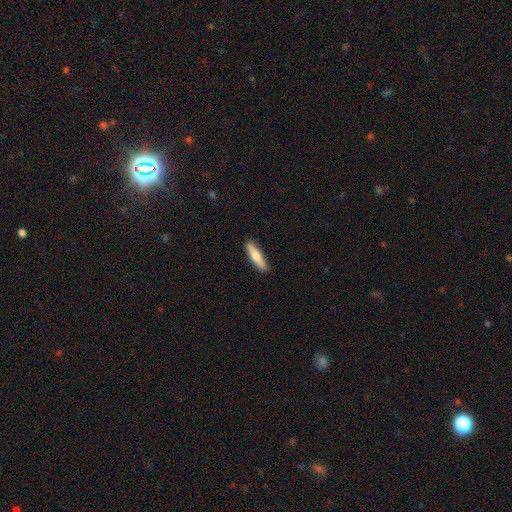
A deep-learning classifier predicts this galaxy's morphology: The model was most divided on "smooth or featured": smooth: 62%, featured or disk: 33%, star or artifact: 5%. More confident: merging — none (89%); how rounded — cigar-shaped (79%).